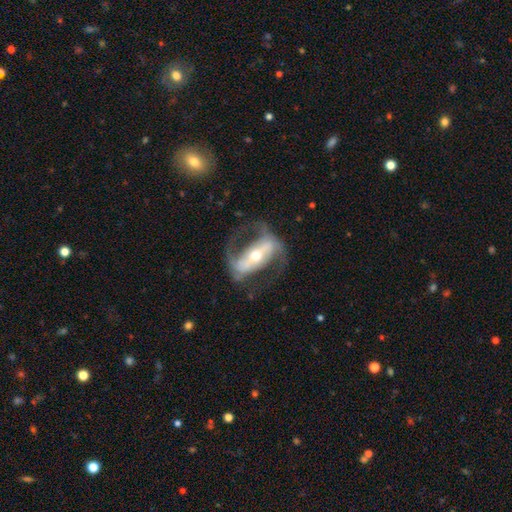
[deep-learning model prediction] A featured or disk galaxy (85%) with a strong bar (68%), 2 (87%) medium (49%) spiral arms (85%) and a moderate central bulge (53%). Merging: none (63%).